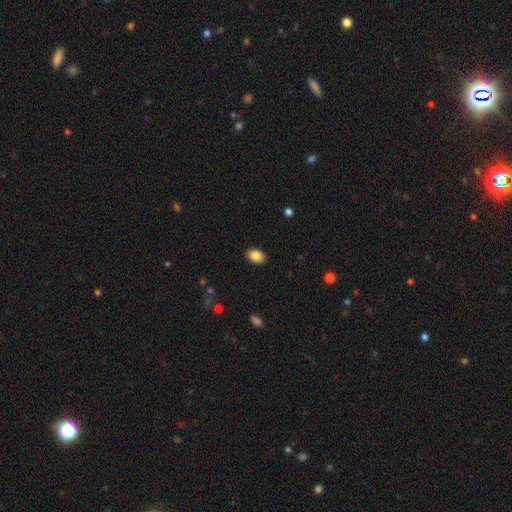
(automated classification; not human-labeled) A smooth galaxy with no disk features (86%) that is in between round and cigar-shaped (78%).

Vote fractions:
- Smooth or featured? smooth: 86% / star or artifact: 8% / featured or disk: 6%
- How rounded? in between: 78% / round: 21% / cigar-shaped: 1%
- Merging? none: 89% / minor disturbance: 8% / major disturbance: 2% / merger: 1%